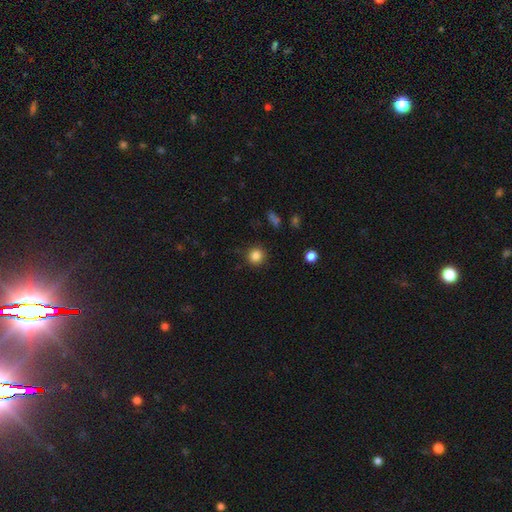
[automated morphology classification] The model was most divided on "smooth or featured": smooth: 84%, star or artifact: 12%, featured or disk: 4%. More confident: how rounded — round (93%); merging — none (90%).